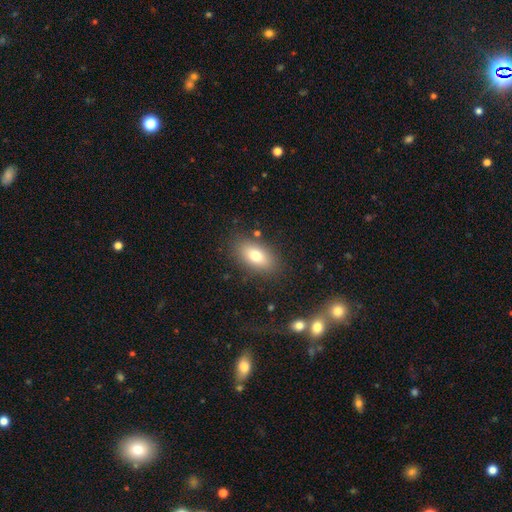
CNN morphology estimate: A smooth galaxy with no disk features (76%) that is in between round and cigar-shaped (88%).

Vote fractions:
- Smooth or featured? smooth: 76% / featured or disk: 15% / star or artifact: 9%
- How rounded? in between: 88% / round: 7% / cigar-shaped: 5%
- Merging? none: 83% / minor disturbance: 11% / major disturbance: 4% / merger: 2%